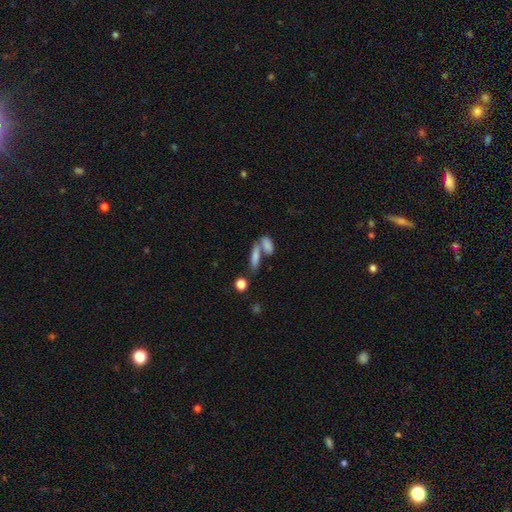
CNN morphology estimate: Q: Smooth or featured?
A: smooth (63%); runner-up: featured or disk (22%)
Q: How rounded?
A: in between (55%); runner-up: cigar-shaped (36%)
Q: Merging?
A: merger (49%); runner-up: none (36%)